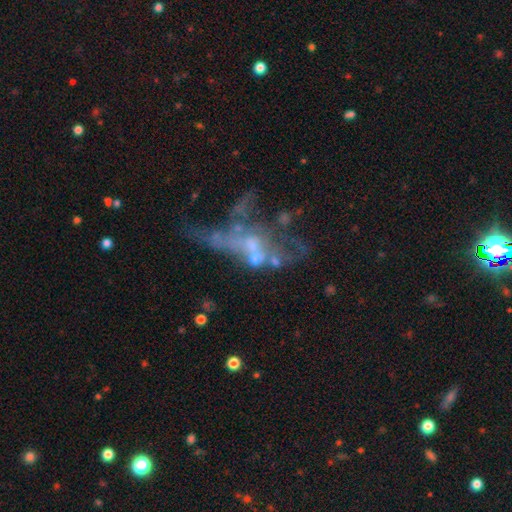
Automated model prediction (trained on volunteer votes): The model was most divided on "merging": major disturbance: 36%, merger: 32%, none: 21%, minor disturbance: 11%. Remaining: edge-on disk — no (95%); bar — no (87%); spiral arms — no (85%); smooth or featured — featured or disk (62%); bulge size — none (46%).